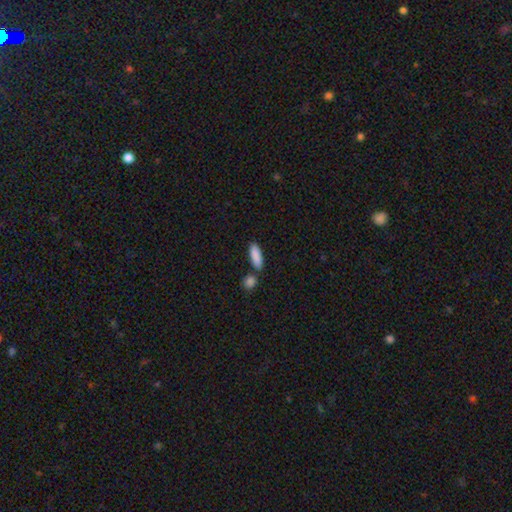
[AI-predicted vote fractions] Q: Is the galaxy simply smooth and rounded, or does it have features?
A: smooth — 88%.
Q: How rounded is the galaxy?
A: in between — 60%.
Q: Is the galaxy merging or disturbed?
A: none — 73%.